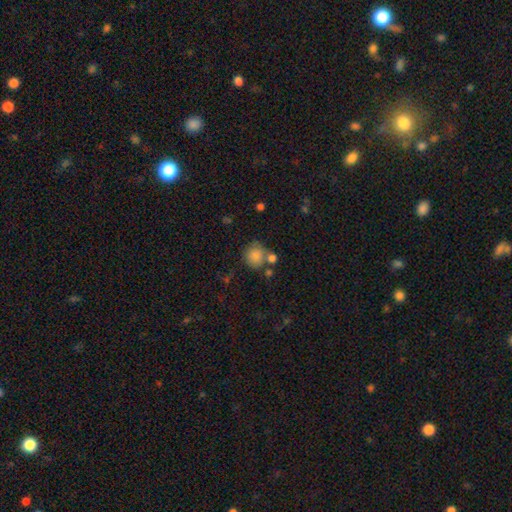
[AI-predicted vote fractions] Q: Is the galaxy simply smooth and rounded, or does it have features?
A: smooth — 82%.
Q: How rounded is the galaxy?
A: round — 86%.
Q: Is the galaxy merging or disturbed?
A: none — 58%.